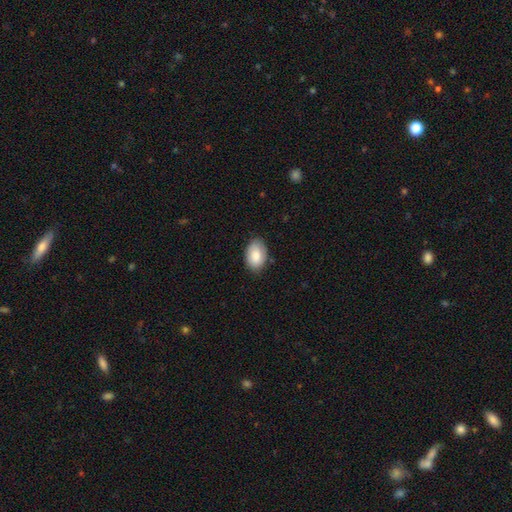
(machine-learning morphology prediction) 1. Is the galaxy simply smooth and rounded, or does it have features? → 86% smooth, 8% featured or disk, 6% star or artifact.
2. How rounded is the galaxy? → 90% in between, 9% round, 1% cigar-shaped.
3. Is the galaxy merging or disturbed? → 80% none, 16% minor disturbance, 3% major disturbance, 1% merger.